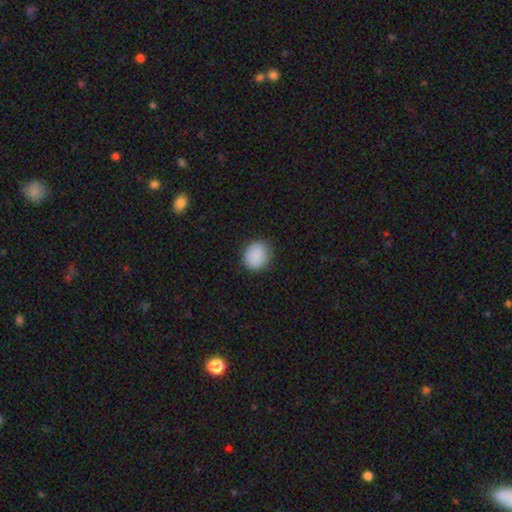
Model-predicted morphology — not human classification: smooth 89%, star or artifact 8%, featured or disk 3%. Down the decision tree: how rounded — round (78%); merging — none (86%).